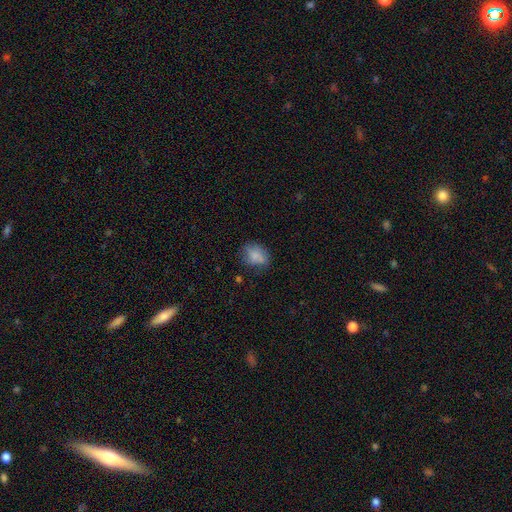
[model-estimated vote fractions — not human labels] This is likely a smooth galaxy (76%). How rounded: possibly in between (56%). Merging: likely none (61%).